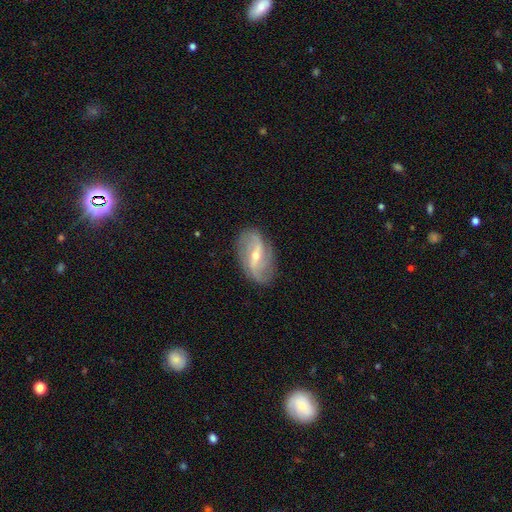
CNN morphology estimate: type=featured or disk (84%); edge-on=no (95%); bar=weak (46%); spiral arms=yes (93%); winding=loose (58%); arm count=2 (69%); bulge=small (53%); merging=none (77%).